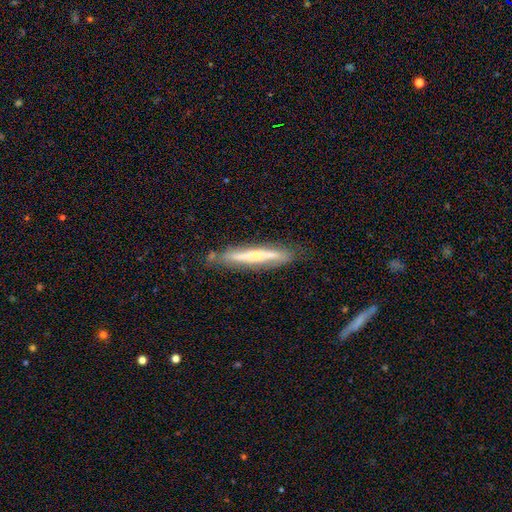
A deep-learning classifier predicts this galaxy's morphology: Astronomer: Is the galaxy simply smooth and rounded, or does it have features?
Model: featured or disk — 61%.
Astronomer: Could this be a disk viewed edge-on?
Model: yes — 83%.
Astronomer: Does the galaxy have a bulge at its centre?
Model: rounded — 63%.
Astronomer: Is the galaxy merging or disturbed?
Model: none — 76%.